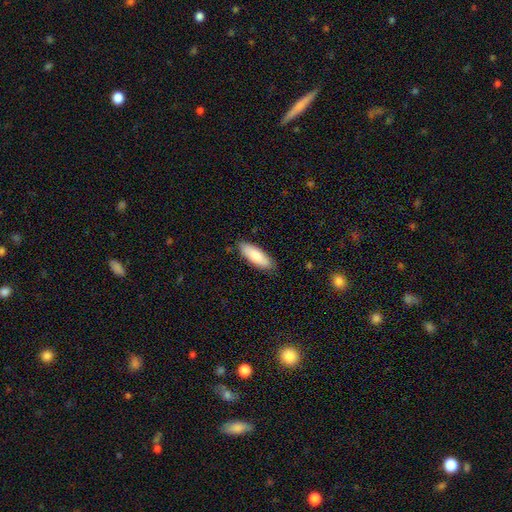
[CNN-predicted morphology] Smooth or featured?
  - smooth: 84% *
  - featured or disk: 10%
  - star or artifact: 5%
How rounded?
  - in between: 61% *
  - cigar-shaped: 37%
  - round: 1%
Merging?
  - none: 85% *
  - minor disturbance: 12%
  - major disturbance: 2%
  - merger: 1%